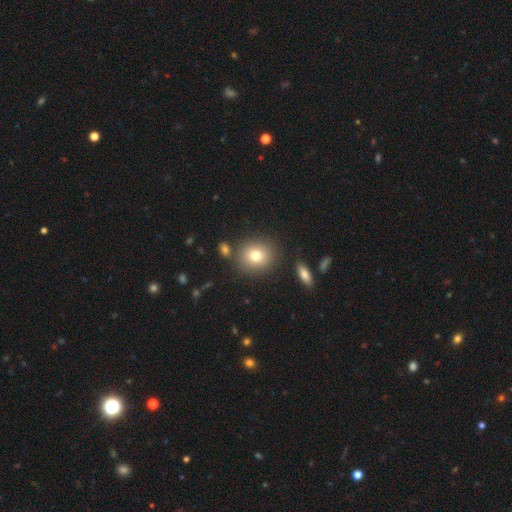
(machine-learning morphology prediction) Q: Smooth or featured?
A: smooth (77%); runner-up: featured or disk (12%)
Q: How rounded?
A: round (77%); runner-up: in between (22%)
Q: Merging?
A: none (82%); runner-up: minor disturbance (9%)